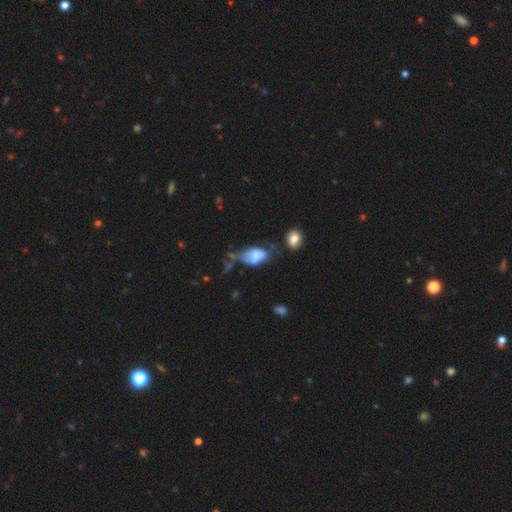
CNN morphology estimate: Smooth or featured? Predicted: smooth (p=0.61). How rounded? Predicted: in between (p=0.89). Merging? Predicted: major disturbance (p=0.29).